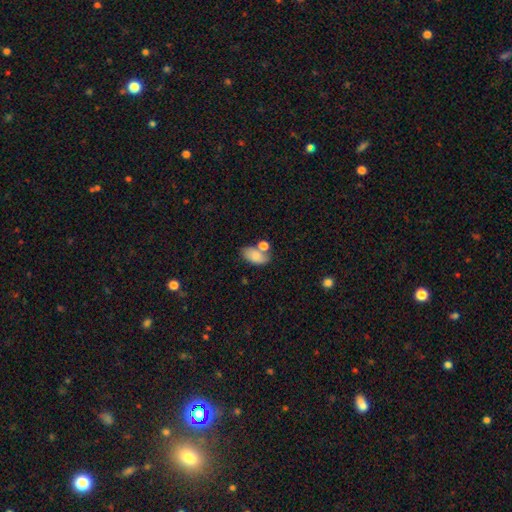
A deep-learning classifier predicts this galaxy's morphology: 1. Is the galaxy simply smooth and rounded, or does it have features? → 79% smooth, 13% featured or disk, 8% star or artifact.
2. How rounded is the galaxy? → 91% in between, 7% round, 2% cigar-shaped.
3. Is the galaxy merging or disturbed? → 49% none, 28% merger, 17% minor disturbance, 6% major disturbance.